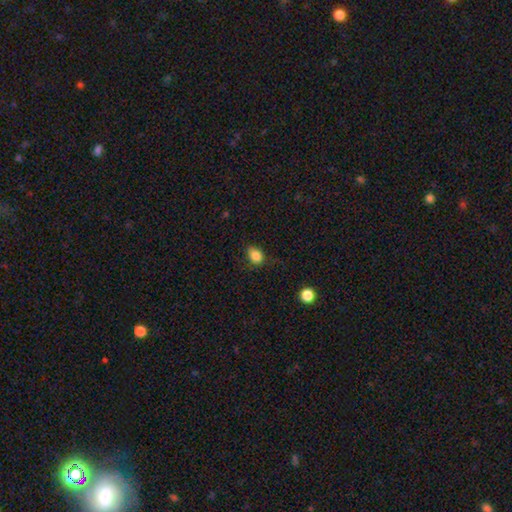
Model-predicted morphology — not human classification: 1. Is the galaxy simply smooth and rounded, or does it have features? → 85% smooth, 10% star or artifact, 5% featured or disk.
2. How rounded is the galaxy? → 71% in between, 27% round, 1% cigar-shaped.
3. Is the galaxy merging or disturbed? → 72% none, 22% minor disturbance, 5% major disturbance, 1% merger.